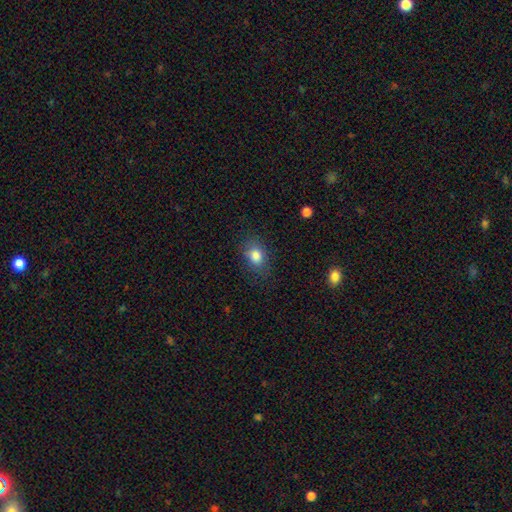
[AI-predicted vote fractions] Q: Smooth or featured?
A: smooth (82%); runner-up: star or artifact (10%)
Q: How rounded?
A: in between (67%); runner-up: round (32%)
Q: Merging?
A: none (79%); runner-up: minor disturbance (15%)